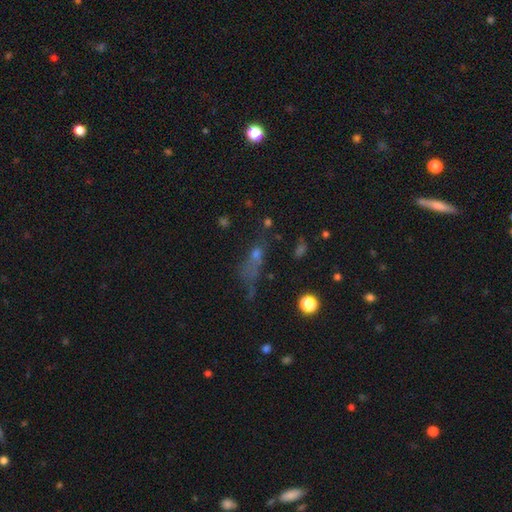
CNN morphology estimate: Smooth or featured? Predicted: smooth (p=0.44). Merging? Predicted: none (p=0.37).